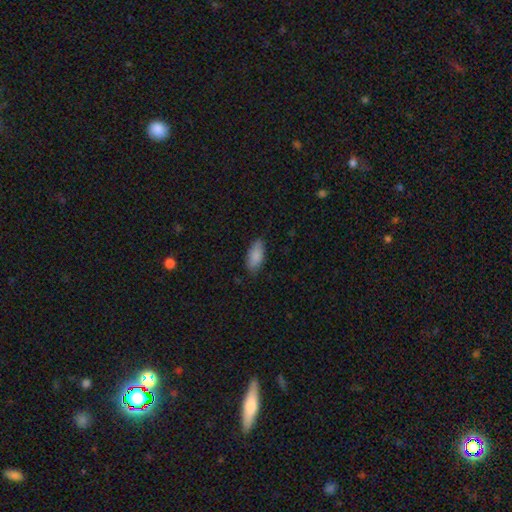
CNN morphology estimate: A smooth galaxy with no disk features (86%) that is in between round and cigar-shaped (88%).

Vote fractions:
- Smooth or featured? smooth: 86% / featured or disk: 7% / star or artifact: 7%
- How rounded? in between: 88% / cigar-shaped: 10% / round: 2%
- Merging? none: 75% / minor disturbance: 20% / major disturbance: 3% / merger: 1%